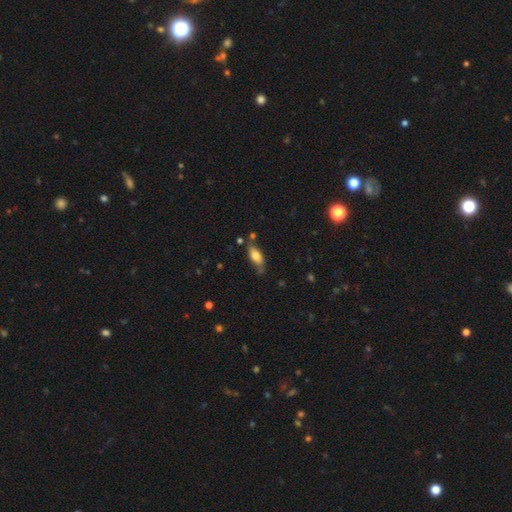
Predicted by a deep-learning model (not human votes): Smooth or featured: smooth — 70% (featured or disk — 23%)
How rounded: in between — 81% (cigar-shaped — 16%)
Merging: none — 60% (minor disturbance — 25%)